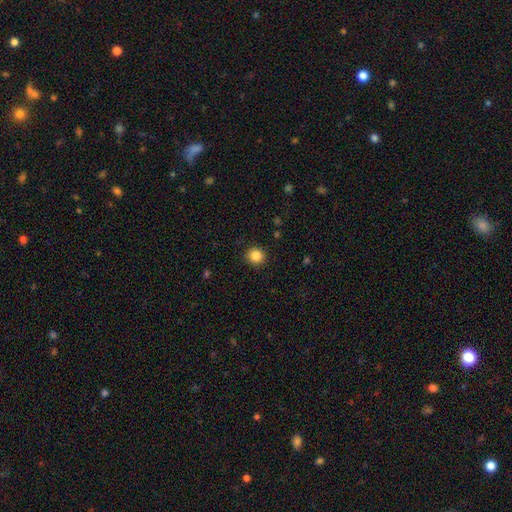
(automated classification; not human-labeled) Smooth or featured? smooth (85%)
How rounded? round (91%)
Merging? none (91%)